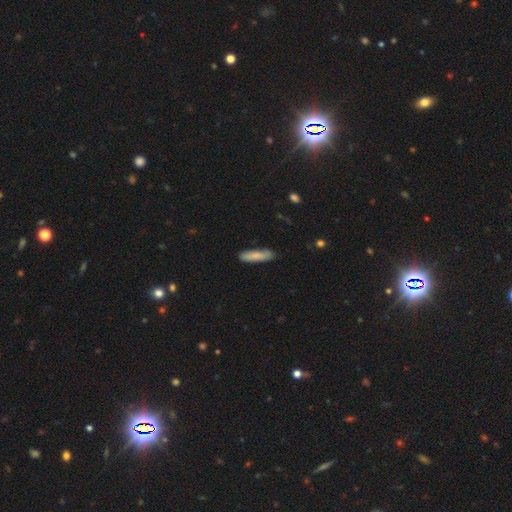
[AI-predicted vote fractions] A smooth galaxy with no disk features (82%) that is cigar-shaped (77%). Merging: none (84%).